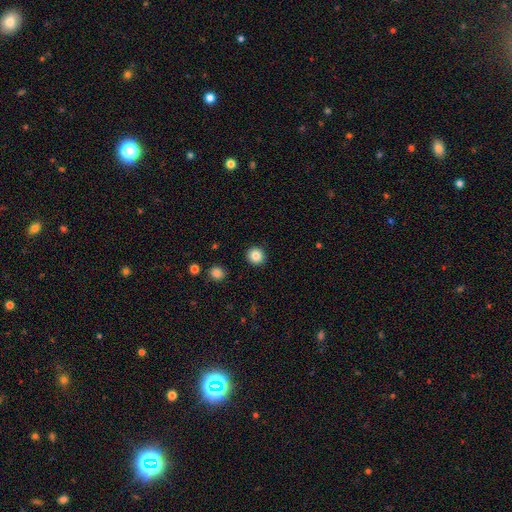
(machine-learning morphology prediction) type=smooth (85%); roundness=round (92%); merging=none (92%).